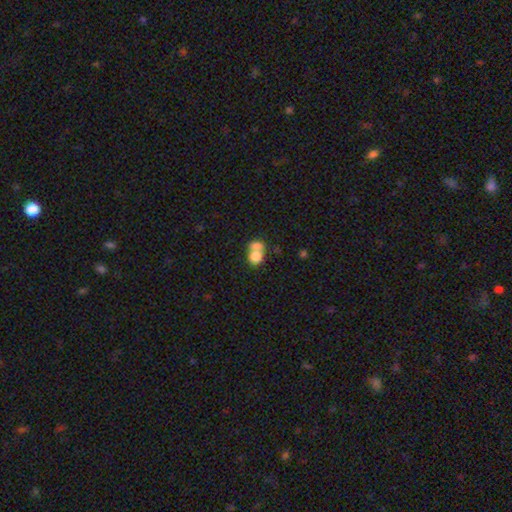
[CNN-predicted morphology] Smooth or featured?
  - smooth: 78% *
  - featured or disk: 13%
  - star or artifact: 9%
How rounded?
  - round: 58% *
  - in between: 41%
  - cigar-shaped: 1%
Merging?
  - merger: 64% *
  - none: 25%
  - minor disturbance: 7%
  - major disturbance: 5%